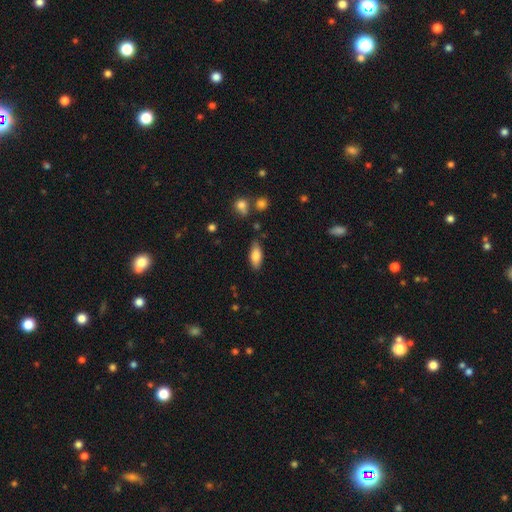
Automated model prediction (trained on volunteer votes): Smooth or featured?
  - smooth: 81% *
  - featured or disk: 12%
  - star or artifact: 7%
How rounded?
  - in between: 82% *
  - cigar-shaped: 15%
  - round: 2%
Merging?
  - none: 80% *
  - minor disturbance: 14%
  - major disturbance: 3%
  - merger: 3%